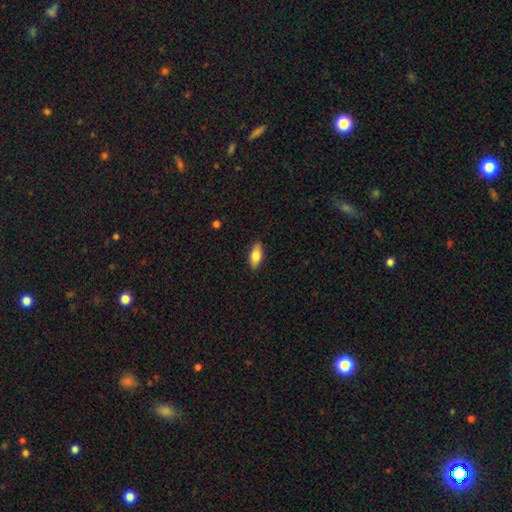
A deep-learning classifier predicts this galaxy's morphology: type=smooth (77%); roundness=in between (84%); merging=none (88%).